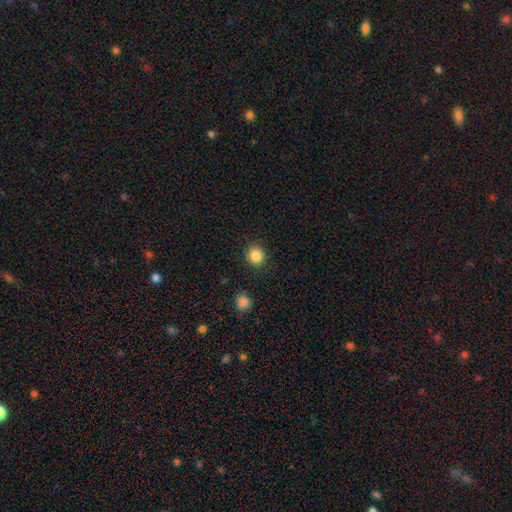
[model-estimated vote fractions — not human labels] Smooth or featured? Predicted: smooth (p=0.86). How rounded? Predicted: round (p=0.91). Merging? Predicted: none (p=0.90).